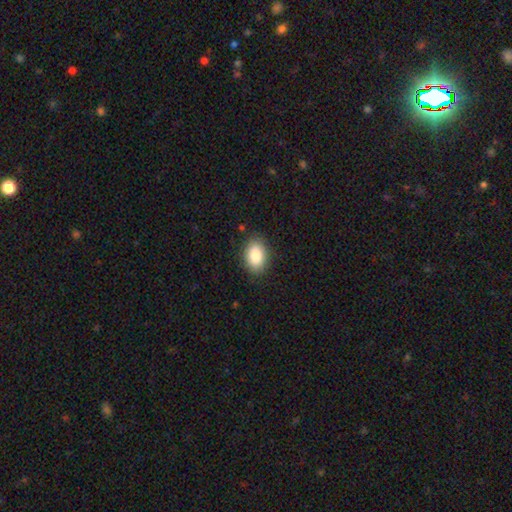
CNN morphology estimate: Smooth or featured? smooth (86%)
How rounded? in between (86%)
Merging? none (87%)